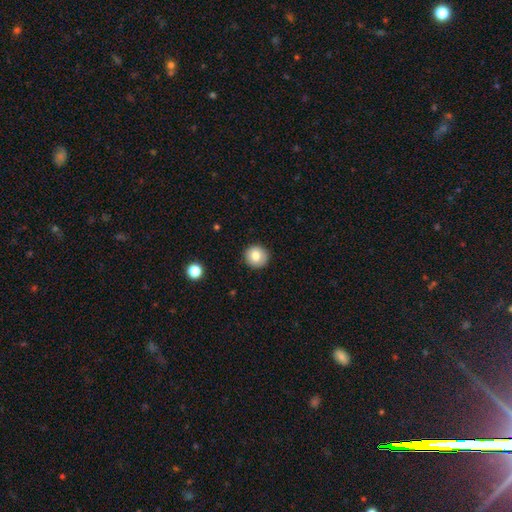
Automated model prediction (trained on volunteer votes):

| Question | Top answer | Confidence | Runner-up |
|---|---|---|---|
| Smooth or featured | smooth | 79% | featured or disk (11%) |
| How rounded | round | 93% | in between (6%) |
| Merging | none | 91% | minor disturbance (6%) |